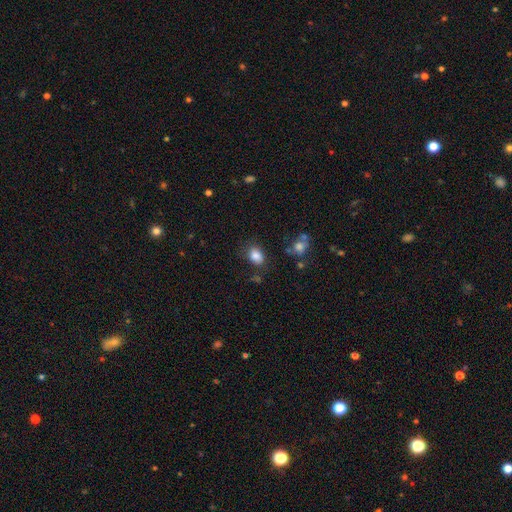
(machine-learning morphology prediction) smooth_or_featured: smooth (p=0.84) [alt: star or artifact p=0.10]
how_rounded: in between (p=0.72) [alt: round p=0.27]
merging: none (p=0.73) [alt: minor disturbance p=0.17]